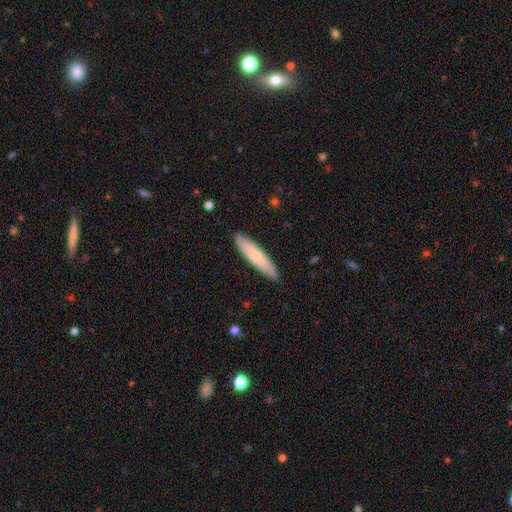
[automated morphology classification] A smooth galaxy with no disk features (69%) that is cigar-shaped (82%). Merging: none (88%).